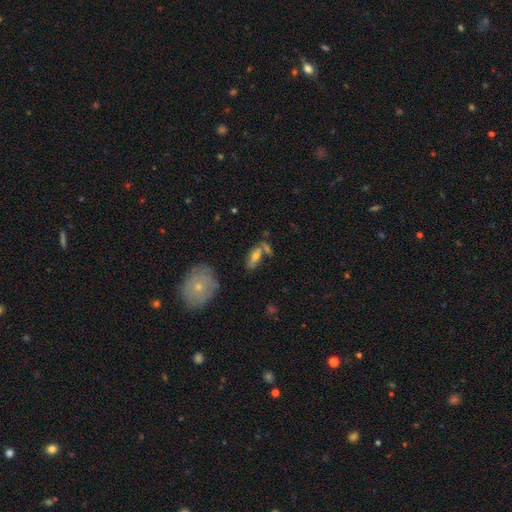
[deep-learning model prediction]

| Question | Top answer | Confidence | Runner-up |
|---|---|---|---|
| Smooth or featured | smooth | 56% | featured or disk (35%) |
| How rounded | in between | 69% | cigar-shaped (25%) |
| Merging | none | 52% | merger (27%) |